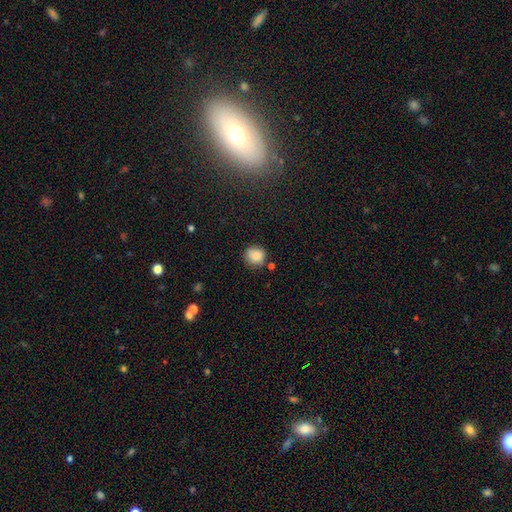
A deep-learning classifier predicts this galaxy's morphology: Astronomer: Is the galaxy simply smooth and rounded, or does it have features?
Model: smooth — 86%.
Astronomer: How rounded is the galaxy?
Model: round — 88%.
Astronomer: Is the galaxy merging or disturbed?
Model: none — 76%.